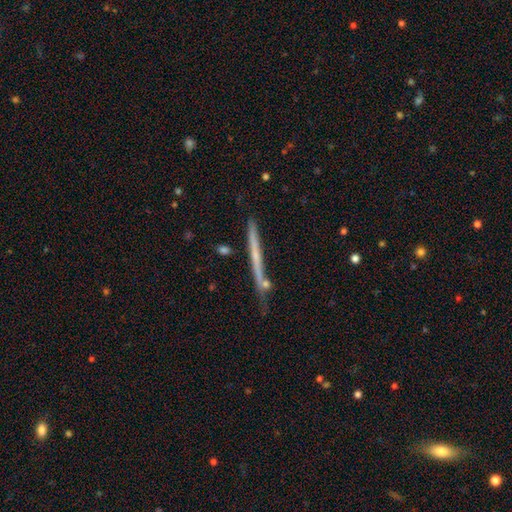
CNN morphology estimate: type=featured or disk (58%); edge-on=yes (97%); edge-on bulge=none (79%); merging=none (78%).